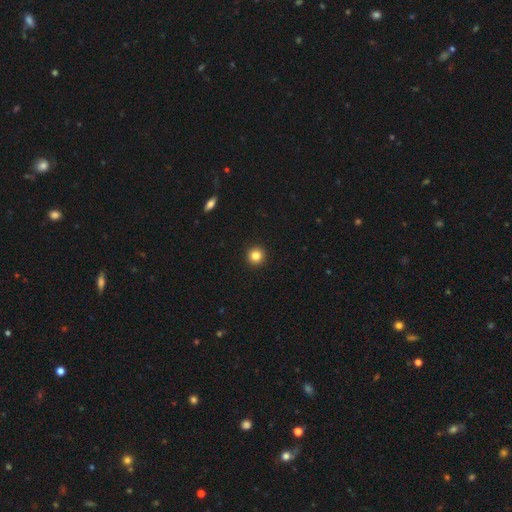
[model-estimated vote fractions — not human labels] Smooth or featured: smooth — 83% (star or artifact — 11%)
How rounded: round — 95% (in between — 4%)
Merging: none — 94% (minor disturbance — 4%)